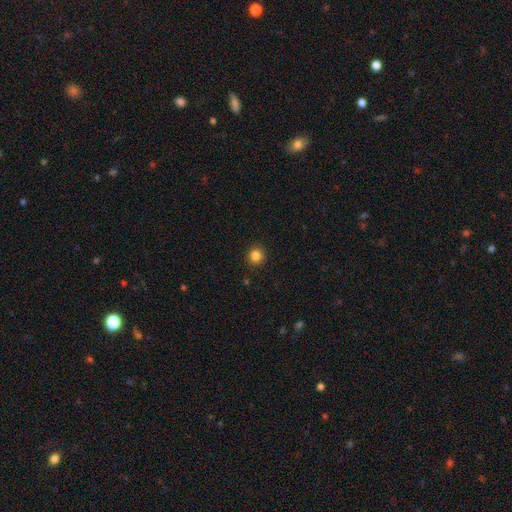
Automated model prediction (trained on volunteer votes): Overall: smooth (84%). How rounded: round (92%). Merging: none (92%).